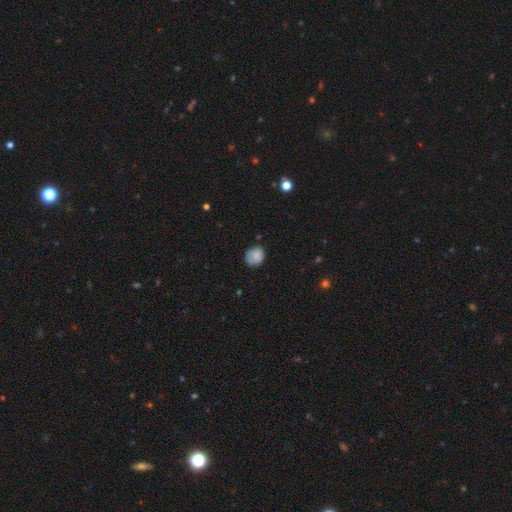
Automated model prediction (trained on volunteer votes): A smooth galaxy with no disk features (81%) that is round (72%). Merging: none (70%).